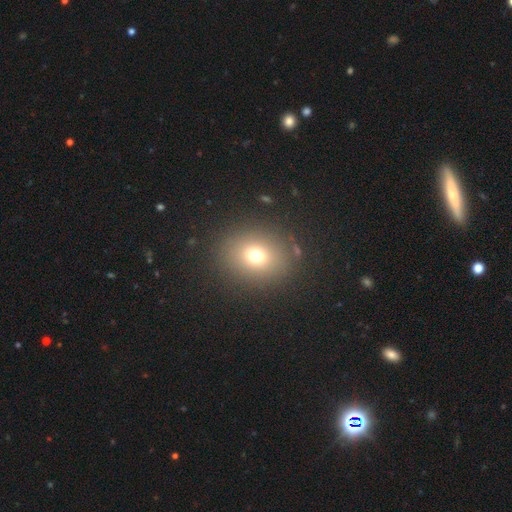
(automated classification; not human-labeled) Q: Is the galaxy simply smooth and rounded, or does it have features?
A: smooth — 71%.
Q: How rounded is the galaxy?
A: round — 70%.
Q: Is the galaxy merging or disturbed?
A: none — 86%.